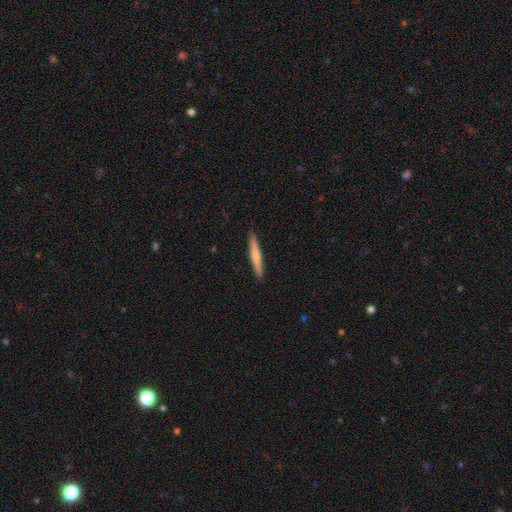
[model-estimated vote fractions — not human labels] Smooth or featured: smooth — 58% (featured or disk — 37%)
How rounded: cigar-shaped — 96% (in between — 3%)
Merging: none — 92% (minor disturbance — 6%)